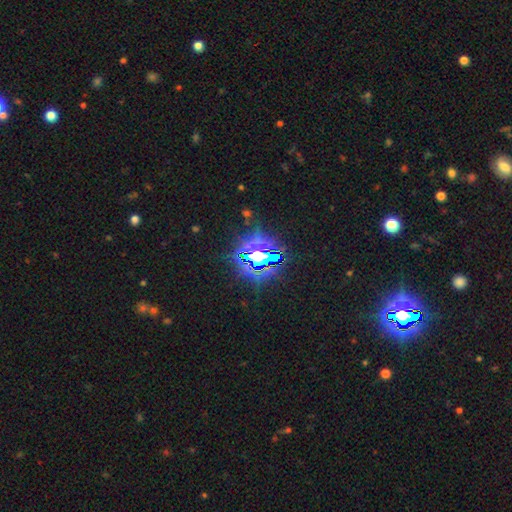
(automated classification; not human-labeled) Smooth or featured: star or artifact — 82% (smooth — 10%)